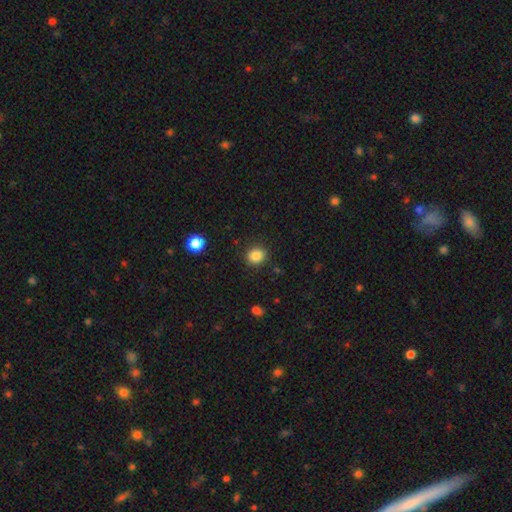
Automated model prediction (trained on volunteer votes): Morphology: type=smooth (86%); roundness=round (78%); merging=none (88%).